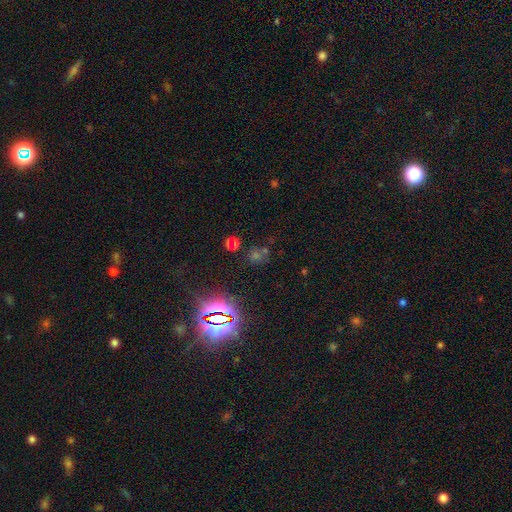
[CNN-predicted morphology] Overall: star or artifact (67%).